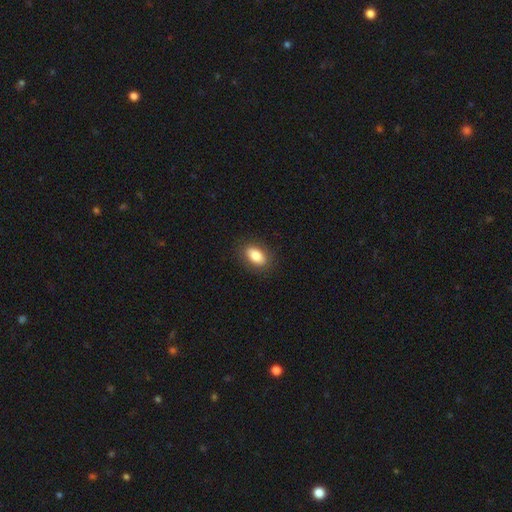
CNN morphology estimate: Smooth or featured?
  - smooth: 83% *
  - featured or disk: 10%
  - star or artifact: 7%
How rounded?
  - in between: 89% *
  - round: 8%
  - cigar-shaped: 3%
Merging?
  - none: 88% *
  - minor disturbance: 9%
  - major disturbance: 3%
  - merger: 1%